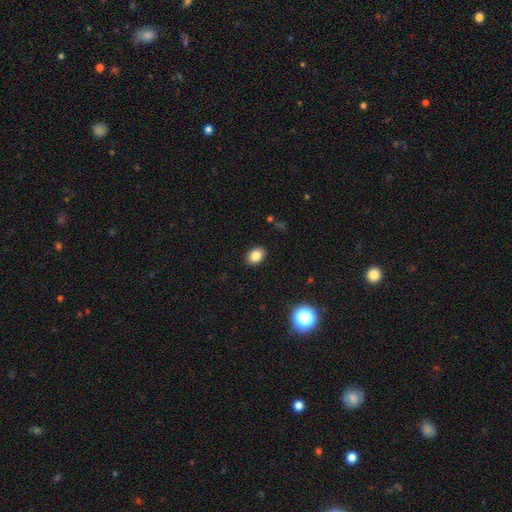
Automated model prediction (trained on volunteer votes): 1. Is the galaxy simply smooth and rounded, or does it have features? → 83% smooth, 10% star or artifact, 7% featured or disk.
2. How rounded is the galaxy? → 70% in between, 29% round, 1% cigar-shaped.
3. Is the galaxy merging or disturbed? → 90% none, 7% minor disturbance, 2% major disturbance, 1% merger.